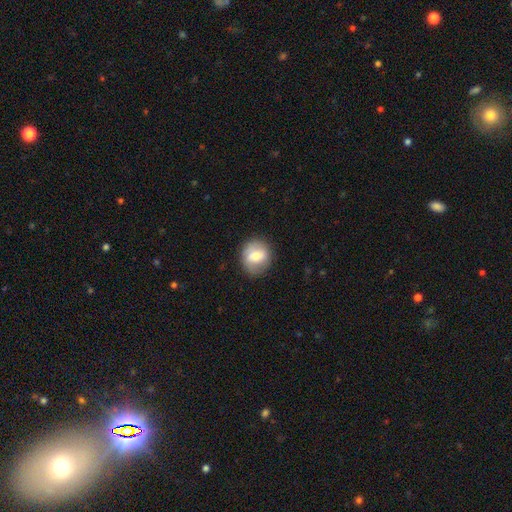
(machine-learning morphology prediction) A smooth galaxy with no disk features (62%) that is round (77%).

Vote fractions:
- Smooth or featured? smooth: 62% / featured or disk: 31% / star or artifact: 8%
- How rounded? round: 77% / in between: 22% / cigar-shaped: 1%
- Merging? none: 83% / minor disturbance: 12% / major disturbance: 4% / merger: 1%